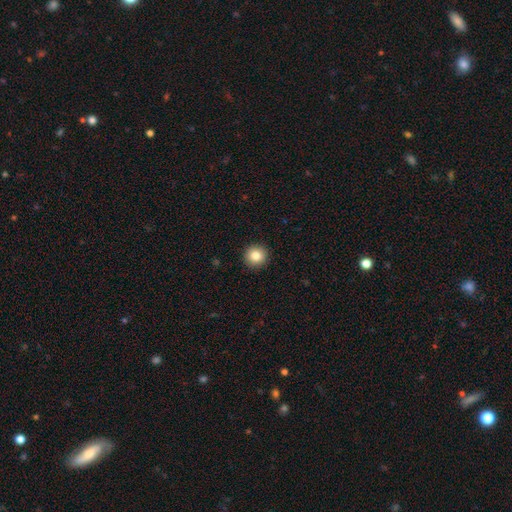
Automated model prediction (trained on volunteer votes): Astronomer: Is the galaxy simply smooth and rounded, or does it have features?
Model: smooth — 85%.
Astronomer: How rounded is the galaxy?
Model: round — 95%.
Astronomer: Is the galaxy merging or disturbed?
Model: none — 93%.